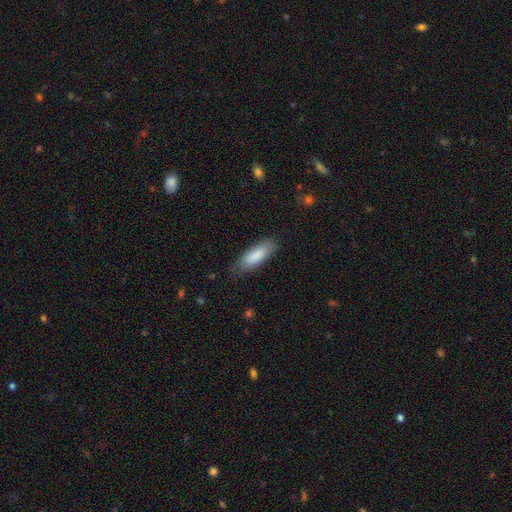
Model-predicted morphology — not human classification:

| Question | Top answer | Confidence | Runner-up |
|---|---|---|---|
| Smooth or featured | smooth | 86% | featured or disk (8%) |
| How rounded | in between | 62% | cigar-shaped (36%) |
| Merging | none | 77% | minor disturbance (18%) |